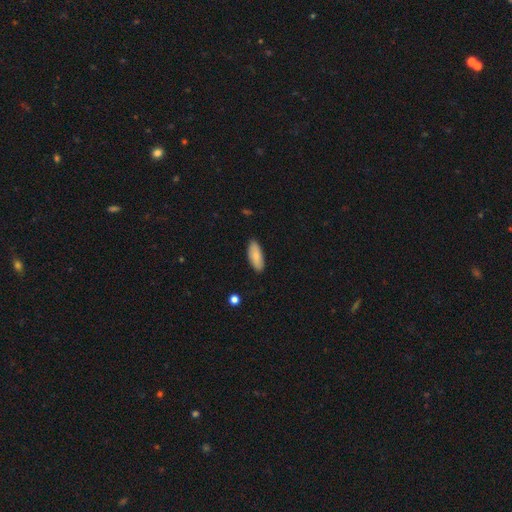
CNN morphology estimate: Q: Smooth or featured?
A: smooth (85%); runner-up: featured or disk (9%)
Q: How rounded?
A: in between (78%); runner-up: cigar-shaped (20%)
Q: Merging?
A: none (88%); runner-up: minor disturbance (9%)